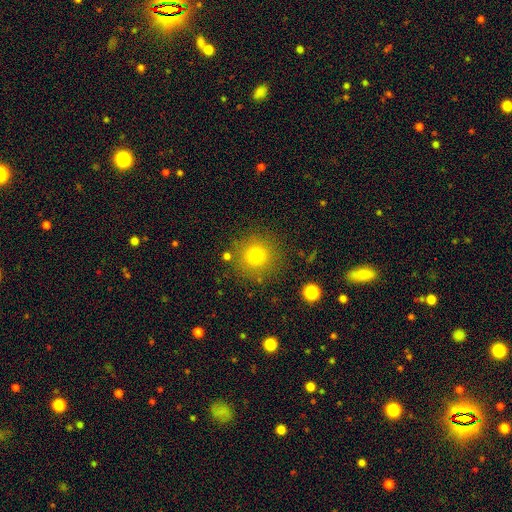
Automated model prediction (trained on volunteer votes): Smooth or featured? Predicted: smooth (p=0.75). How rounded? Predicted: round (p=0.94). Merging? Predicted: none (p=0.86).